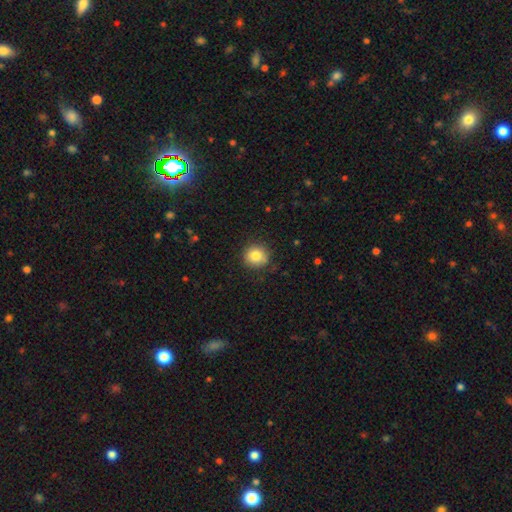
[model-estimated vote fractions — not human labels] smooth 82%, star or artifact 10%, featured or disk 8%. Down the decision tree: how rounded — round (90%); merging — none (84%).